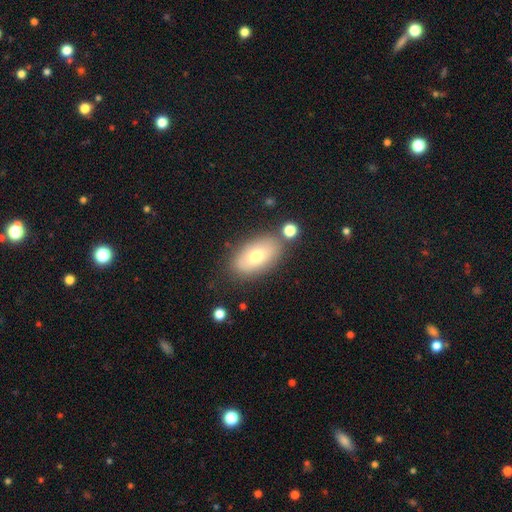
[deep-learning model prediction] smooth-or-featured: smooth: 68% | featured or disk: 24% | star or artifact: 8%
  how-rounded: in between: 91% | round: 6% | cigar-shaped: 3%
  merging: none: 76% | minor disturbance: 13% | merger: 7% | major disturbance: 4%